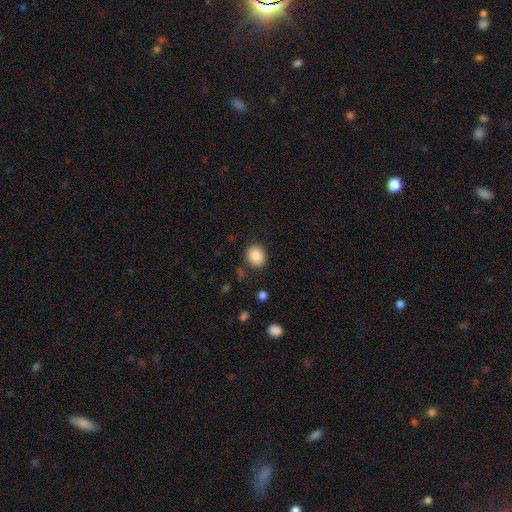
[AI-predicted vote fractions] A smooth galaxy with no disk features (86%) that is round (57%). Merging: none (85%).